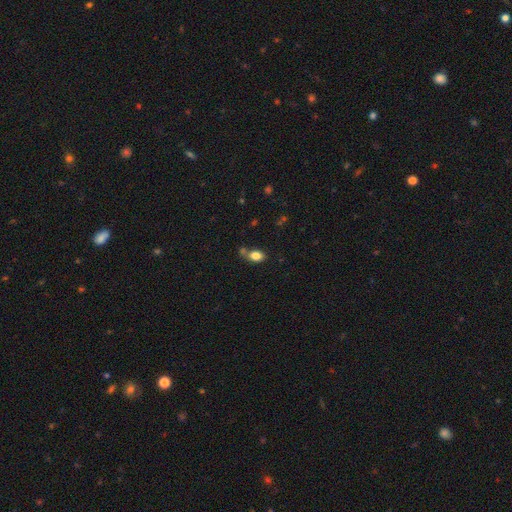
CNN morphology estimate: smooth-or-featured: smooth: 82% | star or artifact: 10% | featured or disk: 8%
  how-rounded: in between: 82% | round: 17% | cigar-shaped: 2%
  merging: none: 58% | merger: 22% | minor disturbance: 16% | major disturbance: 5%